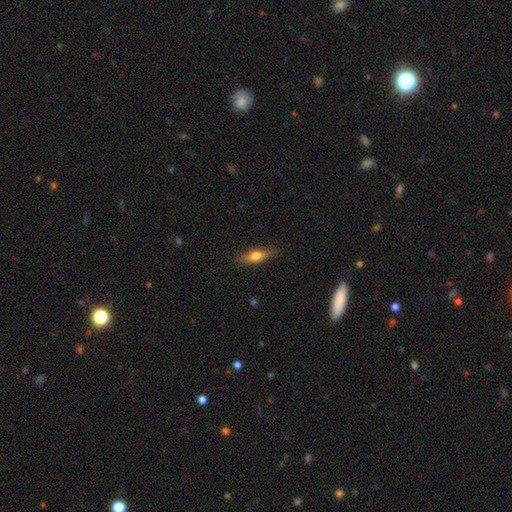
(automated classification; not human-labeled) A smooth galaxy with no disk features (65%) that is cigar-shaped (51%). Merging: none (84%).